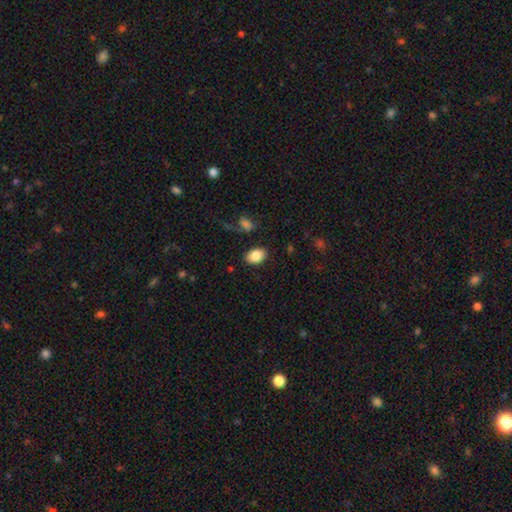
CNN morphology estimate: smooth_or_featured: smooth (p=0.84) [alt: featured or disk p=0.08]
how_rounded: in between (p=0.84) [alt: round p=0.15]
merging: none (p=0.85) [alt: minor disturbance p=0.09]